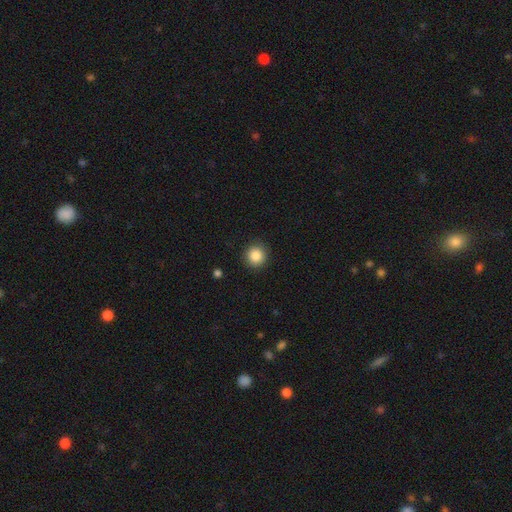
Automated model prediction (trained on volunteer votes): smooth 86%, star or artifact 9%, featured or disk 4%. Down the decision tree: how rounded — round (94%); merging — none (91%).